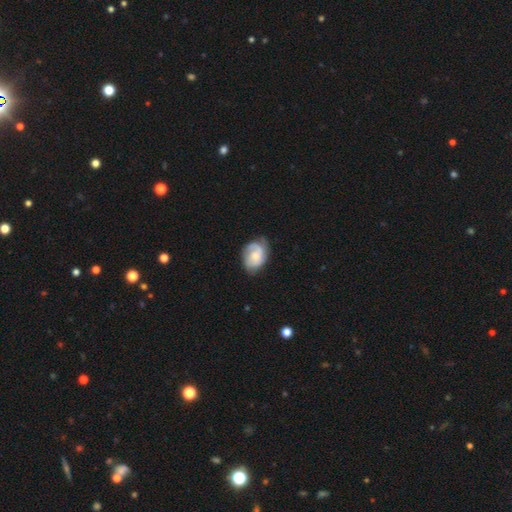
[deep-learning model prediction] Overall: featured or disk (60%; smooth 34%). Edge-on disk: no (97%). Bar: no (68%). Spiral arms: yes (90%). Spiral arm count: 2 (39%; can't tell 22%). Spiral winding: tight (43%; medium 39%). Bulge size: moderate (43%; small 42%). Merging: none (62%; minor disturbance 26%).